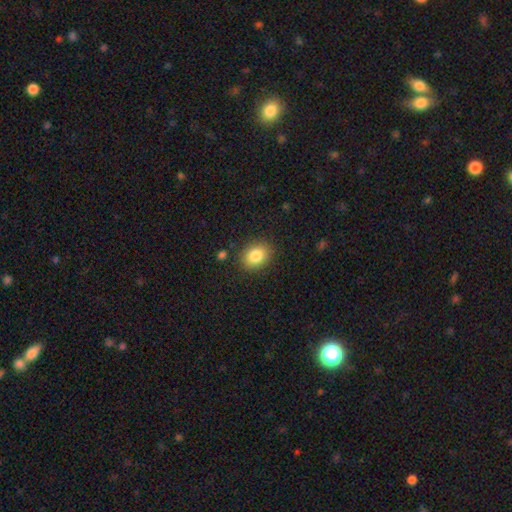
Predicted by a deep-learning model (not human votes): smooth 84%, star or artifact 9%, featured or disk 7%. Down the decision tree: how rounded — in between (54%); merging — none (86%).